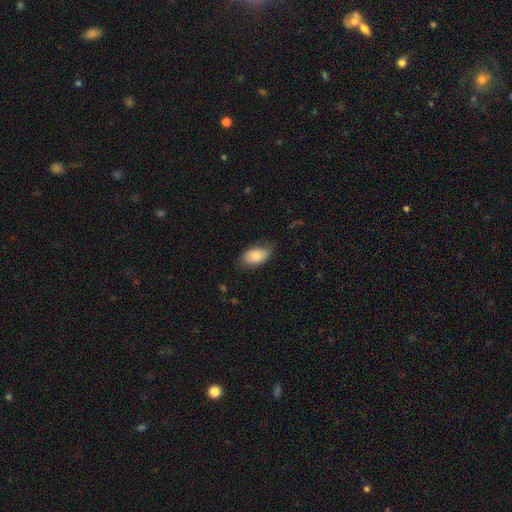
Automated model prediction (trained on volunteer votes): A smooth galaxy with no disk features (81%) that is in between round and cigar-shaped (93%). Merging: none (69%).